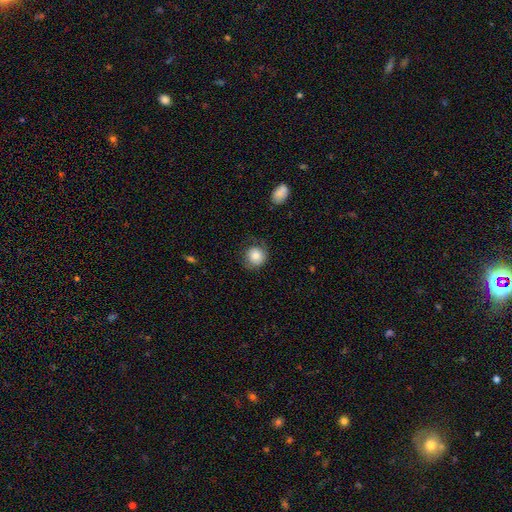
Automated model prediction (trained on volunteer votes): Smooth or featured? smooth (78%)
How rounded? round (88%)
Merging? none (64%)